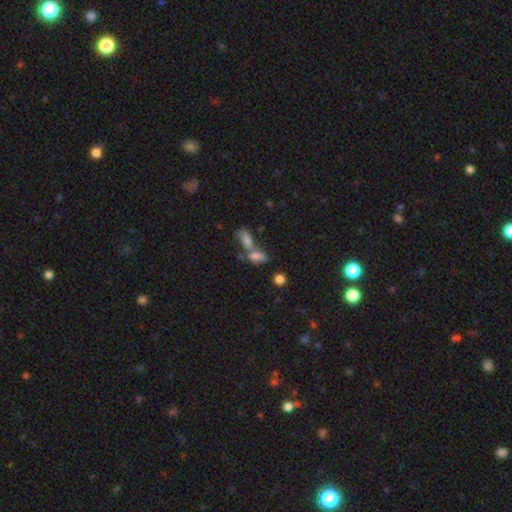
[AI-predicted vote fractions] Smooth or featured: smooth — 74% (featured or disk — 14%)
How rounded: in between — 79% (cigar-shaped — 14%)
Merging: merger — 58% (none — 27%)